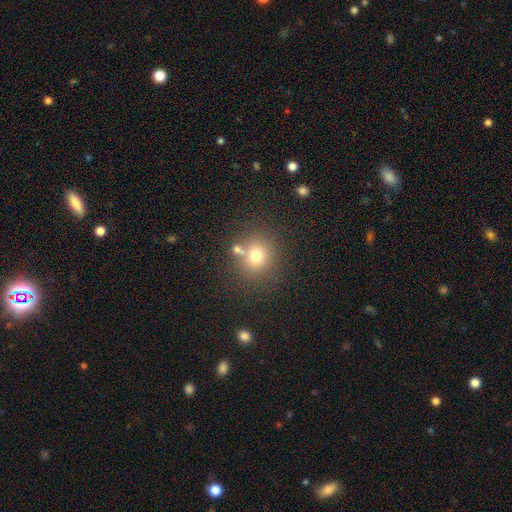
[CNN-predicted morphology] Smooth or featured? Predicted: smooth (p=0.73). How rounded? Predicted: round (p=0.83). Merging? Predicted: none (p=0.67).